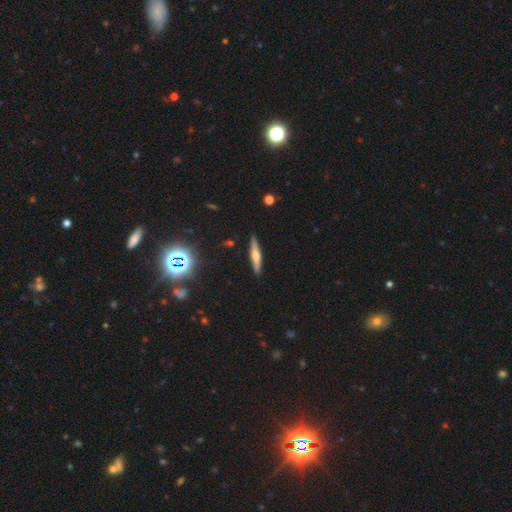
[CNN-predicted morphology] This is possibly a featured or disk galaxy (52%). It is clearly viewed edge-on (95%). Merging: clearly none (89%).